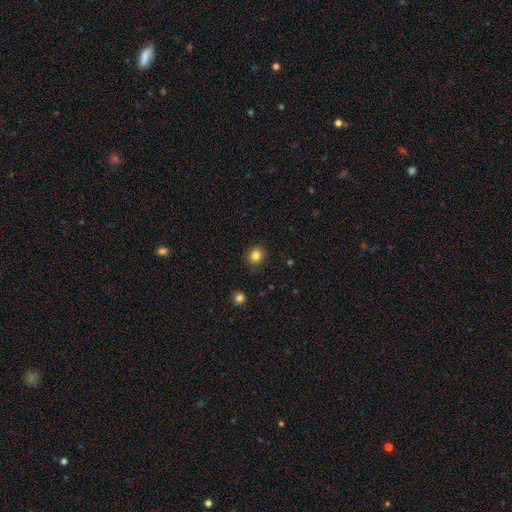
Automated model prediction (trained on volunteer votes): A smooth galaxy with no disk features (84%) that is round (77%). Merging: none (88%).